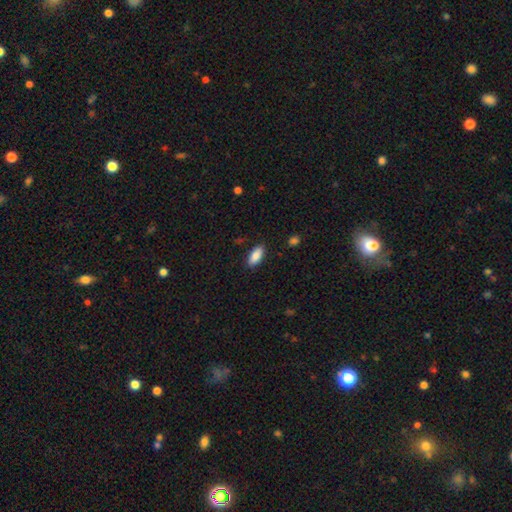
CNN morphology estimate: smooth_or_featured: smooth (p=0.87) [alt: star or artifact p=0.07]
how_rounded: in between (p=0.87) [alt: cigar-shaped p=0.11]
merging: none (p=0.87) [alt: minor disturbance p=0.10]